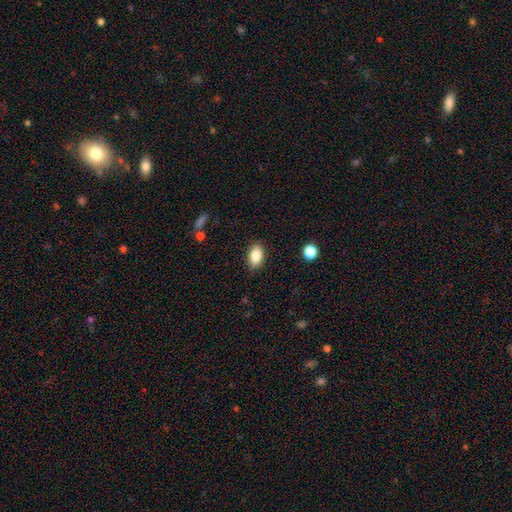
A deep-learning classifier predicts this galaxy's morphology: This appears to be a smooth galaxy with no disk features (86%) that is in between round and cigar-shaped (89%). Merging: none (87%).